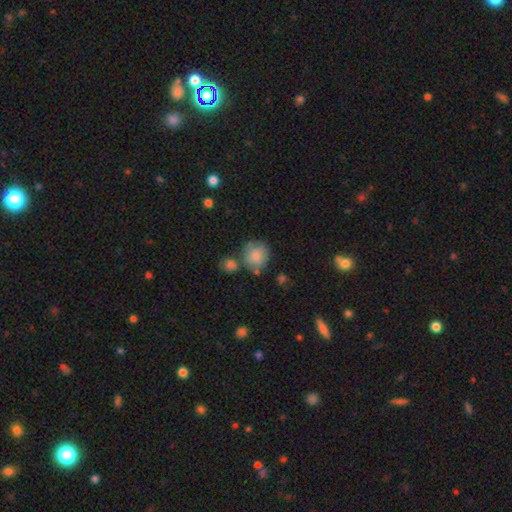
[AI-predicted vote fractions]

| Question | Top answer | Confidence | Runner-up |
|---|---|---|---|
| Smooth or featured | smooth | 81% | featured or disk (11%) |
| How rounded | round | 81% | in between (18%) |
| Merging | none | 57% | minor disturbance (19%) |